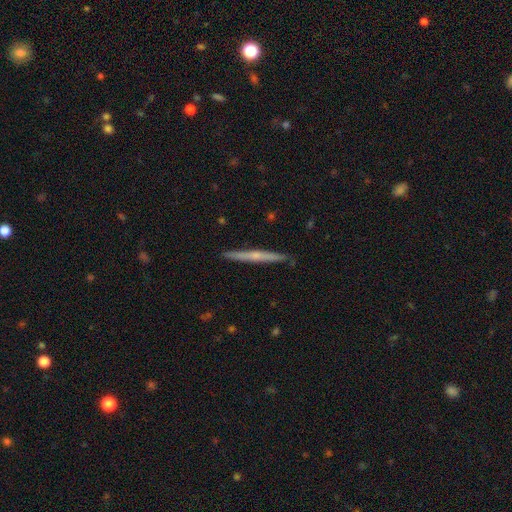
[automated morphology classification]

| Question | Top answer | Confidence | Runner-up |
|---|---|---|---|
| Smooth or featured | featured or disk | 64% | smooth (30%) |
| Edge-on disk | yes | 98% | no (2%) |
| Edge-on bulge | rounded | 57% | none (38%) |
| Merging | none | 91% | minor disturbance (7%) |